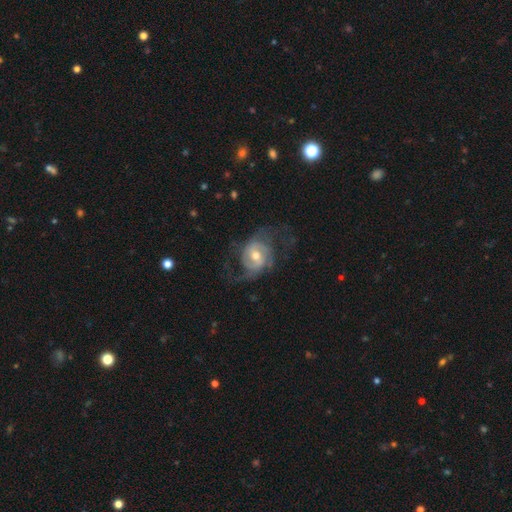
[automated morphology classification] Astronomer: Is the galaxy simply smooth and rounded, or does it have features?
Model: featured or disk — 80%.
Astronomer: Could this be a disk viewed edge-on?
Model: no — 97%.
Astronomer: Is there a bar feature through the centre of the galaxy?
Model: no — 50% (runner-up: weak, 39%).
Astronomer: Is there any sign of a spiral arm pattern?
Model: yes — 91%.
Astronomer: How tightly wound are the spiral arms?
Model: medium — 44% (runner-up: loose, 32%).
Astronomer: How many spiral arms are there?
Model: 2 — 61%.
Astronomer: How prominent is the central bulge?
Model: moderate — 67%.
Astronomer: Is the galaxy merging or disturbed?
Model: none — 53%.